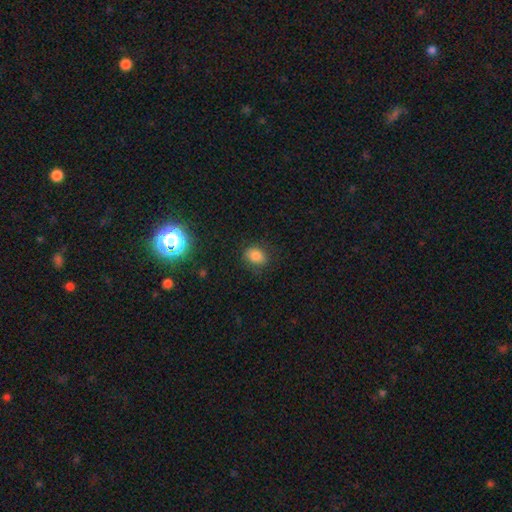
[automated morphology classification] smooth 81%, star or artifact 13%, featured or disk 6%. Down the decision tree: how rounded — in between (59%); merging — none (78%).